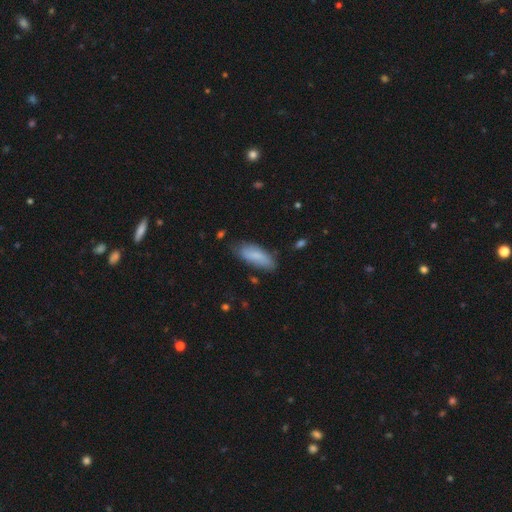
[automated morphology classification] This is clearly a smooth galaxy (82%). How rounded: likely in between (70%). Merging: likely none (70%).